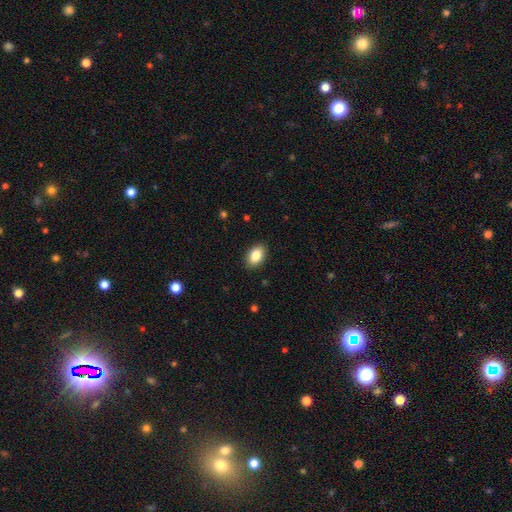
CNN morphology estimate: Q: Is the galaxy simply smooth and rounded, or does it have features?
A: smooth — 86%.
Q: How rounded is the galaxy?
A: in between — 88%.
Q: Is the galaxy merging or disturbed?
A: none — 88%.